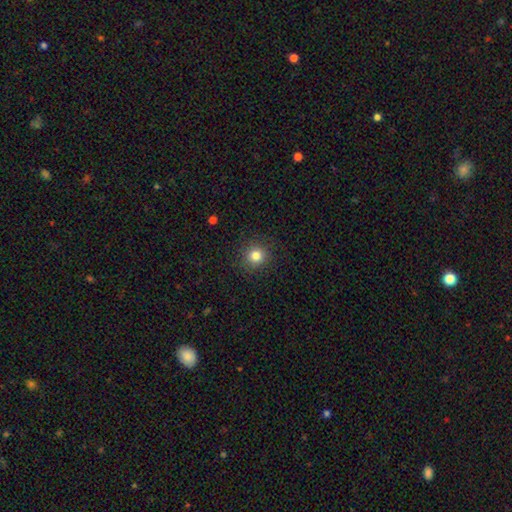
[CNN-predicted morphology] type=smooth (82%); roundness=round (93%); merging=none (90%).